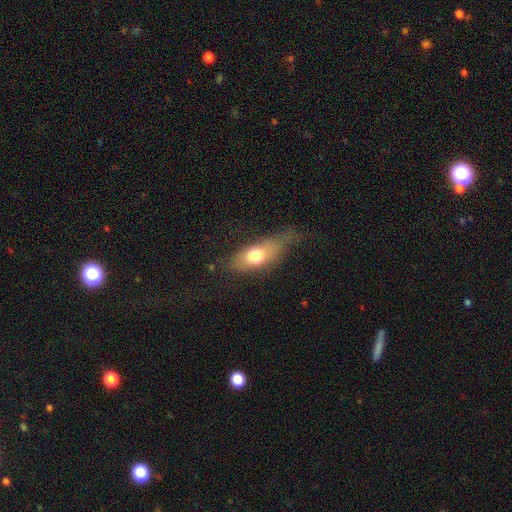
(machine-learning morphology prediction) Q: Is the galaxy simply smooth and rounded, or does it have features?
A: smooth — 68%.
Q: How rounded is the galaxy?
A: in between — 74%.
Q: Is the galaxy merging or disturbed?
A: none — 44%.